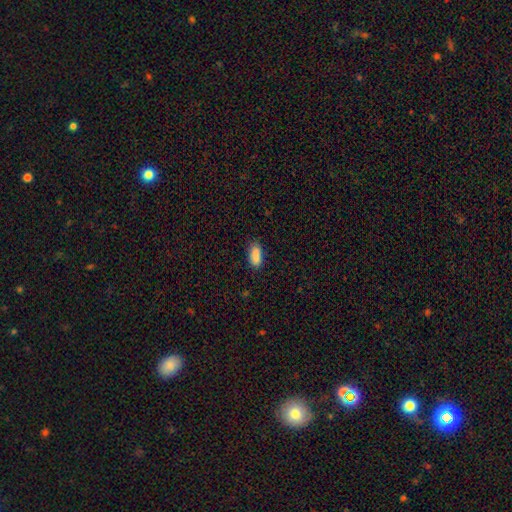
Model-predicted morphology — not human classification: smooth_or_featured: smooth (p=0.89) [alt: star or artifact p=0.08]
how_rounded: in between (p=0.87) [alt: cigar-shaped p=0.11]
merging: none (p=0.81) [alt: minor disturbance p=0.15]